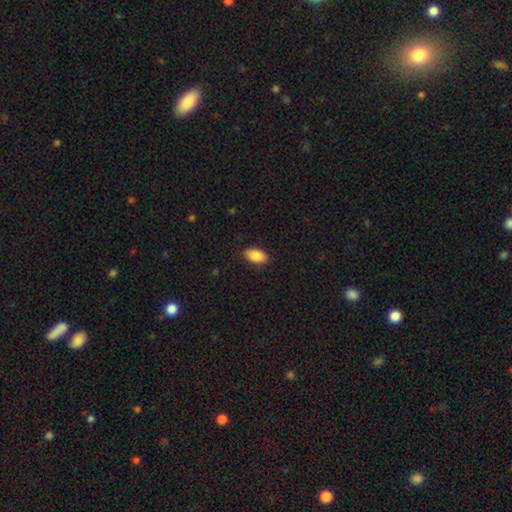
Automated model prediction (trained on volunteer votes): smooth 88%, star or artifact 7%, featured or disk 5%. Down the decision tree: how rounded — in between (93%); merging — none (89%).